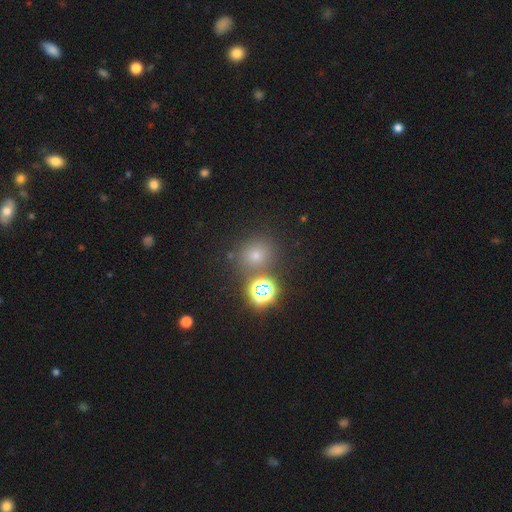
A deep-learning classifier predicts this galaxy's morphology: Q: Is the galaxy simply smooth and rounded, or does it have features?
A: smooth — 53%.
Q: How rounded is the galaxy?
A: round — 82%.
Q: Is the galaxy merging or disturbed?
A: none — 76%.